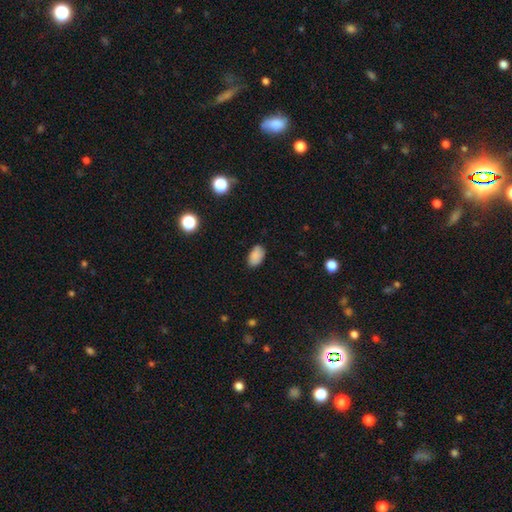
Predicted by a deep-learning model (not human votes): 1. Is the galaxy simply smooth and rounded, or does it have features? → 86% smooth, 9% star or artifact, 5% featured or disk.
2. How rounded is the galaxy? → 92% in between, 6% round, 2% cigar-shaped.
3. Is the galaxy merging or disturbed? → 80% none, 15% minor disturbance, 3% major disturbance, 1% merger.